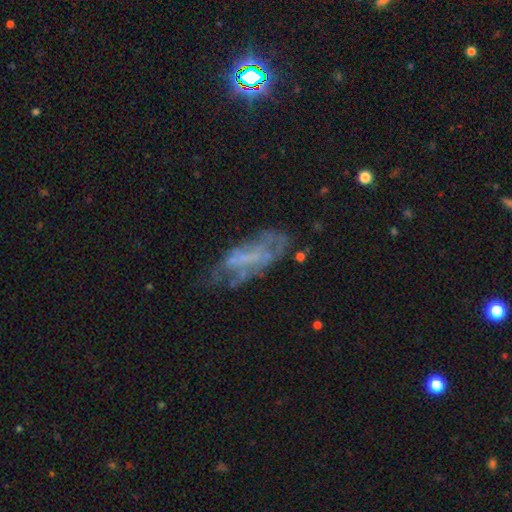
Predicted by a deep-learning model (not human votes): featured or disk 54%, smooth 26%, star or artifact 21%. Down the decision tree: edge-on disk — no (82%); merging — none (53%).